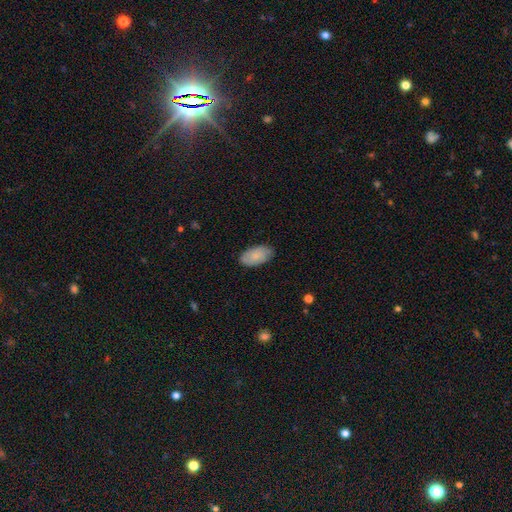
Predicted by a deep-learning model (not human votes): Q: Smooth or featured?
A: smooth (76%); runner-up: featured or disk (18%)
Q: How rounded?
A: in between (95%); runner-up: round (3%)
Q: Merging?
A: none (83%); runner-up: minor disturbance (14%)